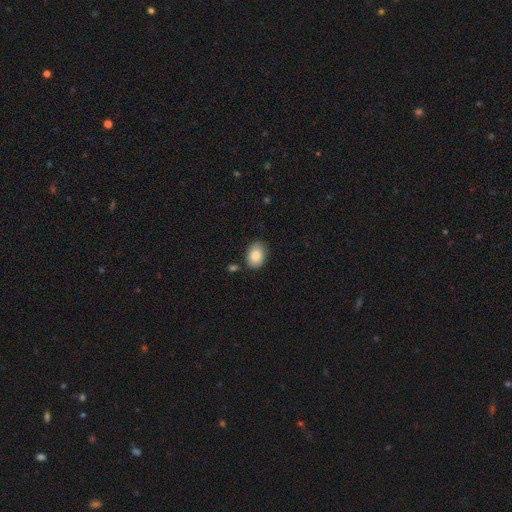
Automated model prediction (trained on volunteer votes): This appears to be a smooth galaxy with no disk features (86%) that is in between round and cigar-shaped (78%). Merging: none (80%).